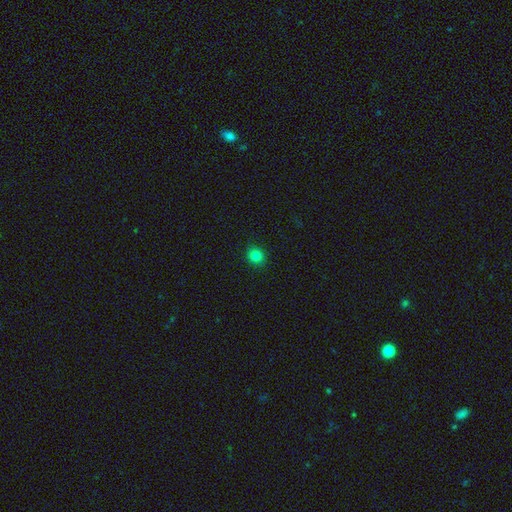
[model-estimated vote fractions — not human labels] Morphology: type=smooth (82%); roundness=round (82%); merging=none (90%).